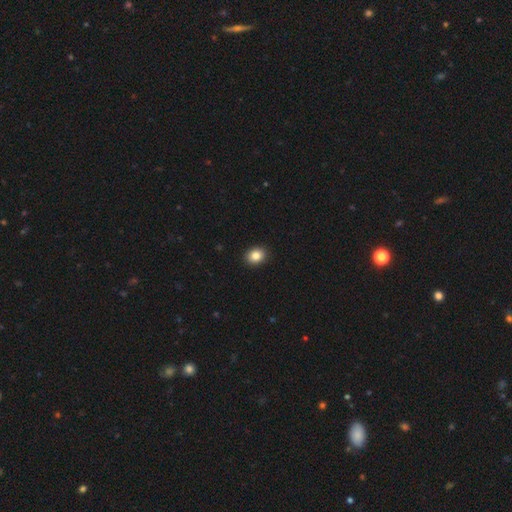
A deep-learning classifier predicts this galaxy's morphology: Overall: smooth (85%). How rounded: round (53%; in between 46%). Merging: none (92%).